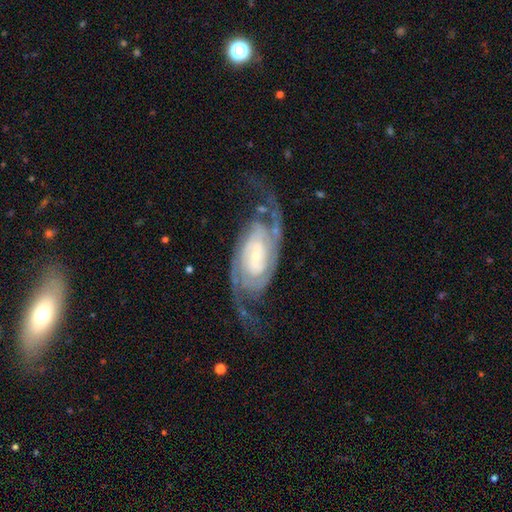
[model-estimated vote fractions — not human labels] This is clearly a featured or disk galaxy (91%). It is clearly not viewed edge-on (96%). Bar: marginally weak (41%). Spiral arm pattern: clearly yes (98%). Spiral arm count: clearly 2 (89%). Spiral winding: possibly medium (47%). Central bulge: likely small (63%). Merging: likely none (72%).